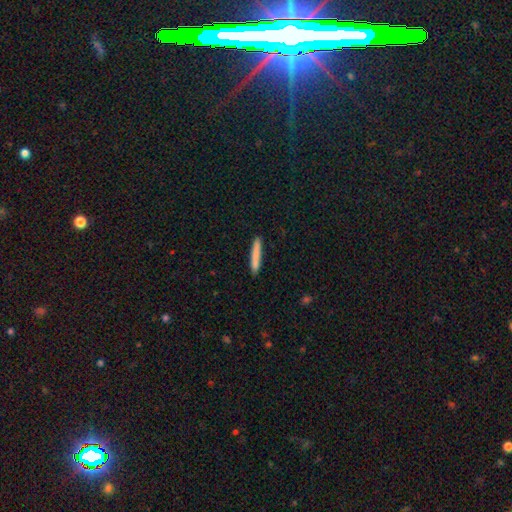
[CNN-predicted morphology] Q: Smooth or featured?
A: smooth (82%); runner-up: featured or disk (12%)
Q: How rounded?
A: cigar-shaped (95%); runner-up: in between (4%)
Q: Merging?
A: none (90%); runner-up: minor disturbance (8%)